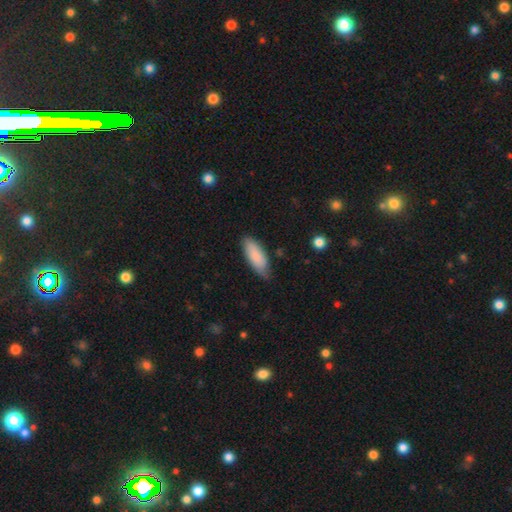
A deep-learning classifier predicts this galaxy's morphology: The model was most divided on "how rounded": in between: 70%, cigar-shaped: 28%, round: 2%. More confident: smooth or featured — smooth (85%); merging — none (72%).